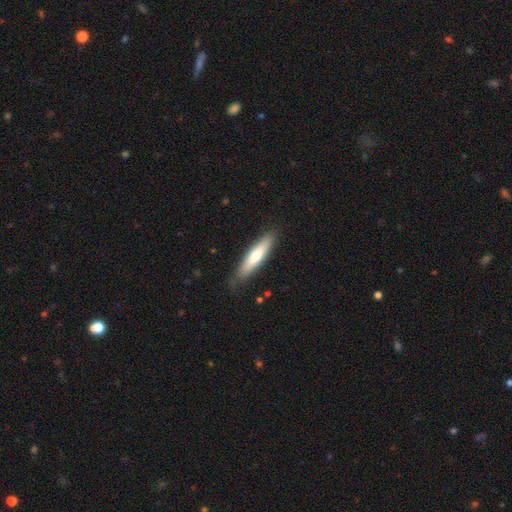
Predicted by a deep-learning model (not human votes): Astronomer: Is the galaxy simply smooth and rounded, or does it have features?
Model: smooth — 68%.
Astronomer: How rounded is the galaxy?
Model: cigar-shaped — 79%.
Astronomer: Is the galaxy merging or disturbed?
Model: none — 84%.